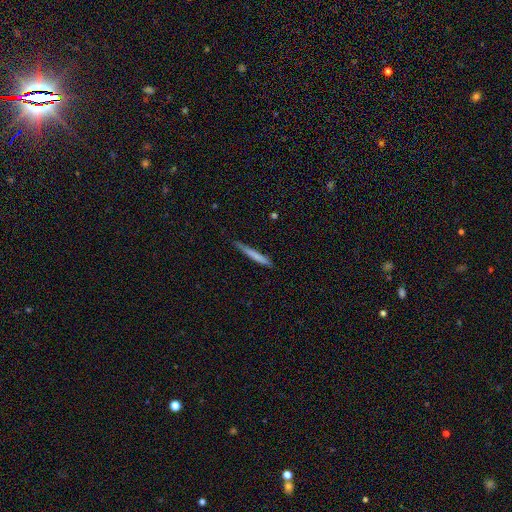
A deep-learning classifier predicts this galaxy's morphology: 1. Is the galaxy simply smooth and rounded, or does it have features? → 72% smooth, 22% featured or disk, 6% star or artifact.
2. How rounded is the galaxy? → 96% cigar-shaped, 2% in between, 1% round.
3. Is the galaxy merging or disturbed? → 84% none, 13% minor disturbance, 2% major disturbance, 1% merger.